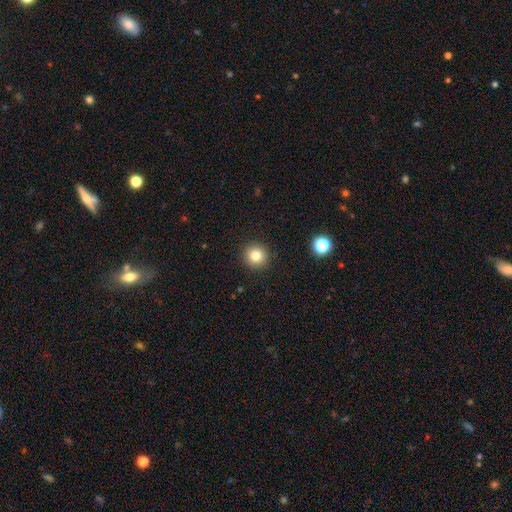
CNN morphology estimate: type=smooth (81%); roundness=round (94%); merging=none (92%).